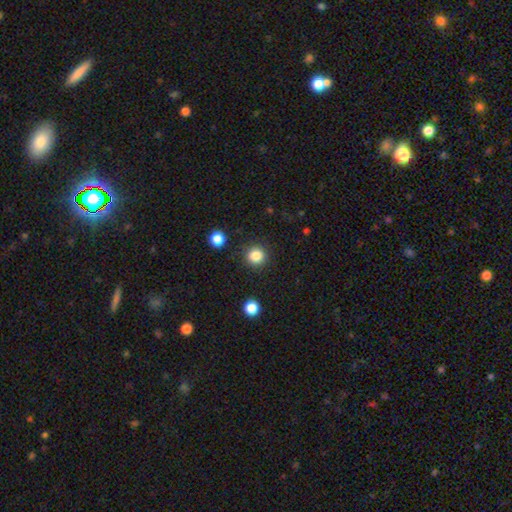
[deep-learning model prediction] Smooth or featured?
  - smooth: 84% *
  - star or artifact: 11%
  - featured or disk: 4%
How rounded?
  - round: 93% *
  - in between: 6%
  - cigar-shaped: 1%
Merging?
  - none: 90% *
  - minor disturbance: 6%
  - major disturbance: 2%
  - merger: 2%